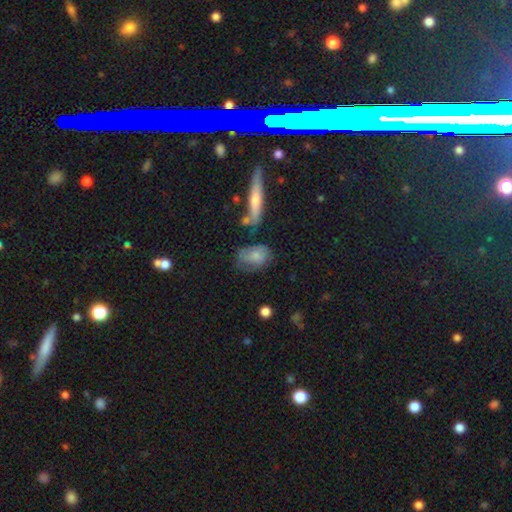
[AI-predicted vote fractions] Q: Smooth or featured?
A: smooth (61%); runner-up: featured or disk (31%)
Q: How rounded?
A: in between (80%); runner-up: round (16%)
Q: Merging?
A: none (43%); runner-up: minor disturbance (28%)